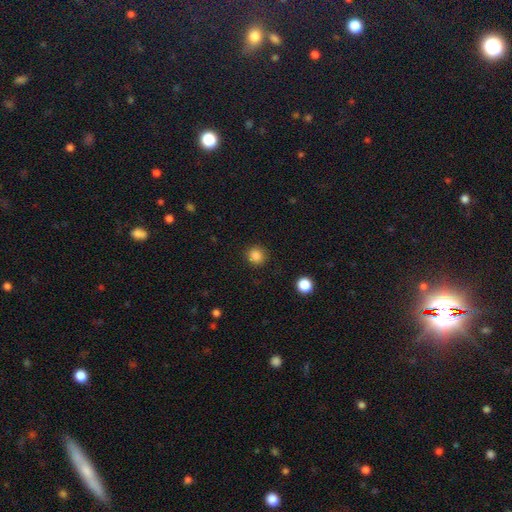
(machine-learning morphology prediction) A smooth galaxy with no disk features (85%) that is round (92%). Merging: none (91%).